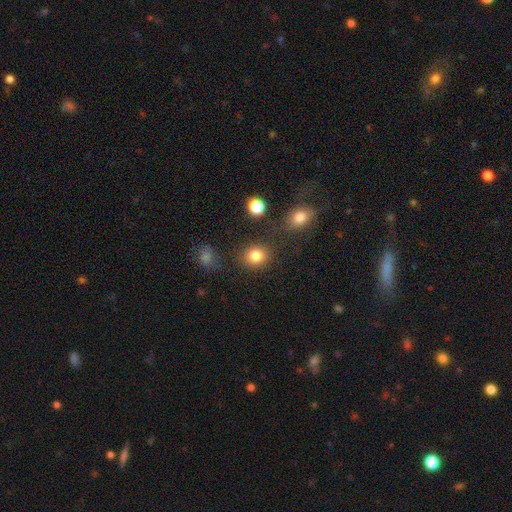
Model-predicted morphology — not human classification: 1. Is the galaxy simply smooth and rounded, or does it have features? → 83% smooth, 11% star or artifact, 6% featured or disk.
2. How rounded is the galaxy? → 71% round, 28% in between, 1% cigar-shaped.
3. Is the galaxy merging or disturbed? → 80% none, 10% minor disturbance, 6% merger, 4% major disturbance.